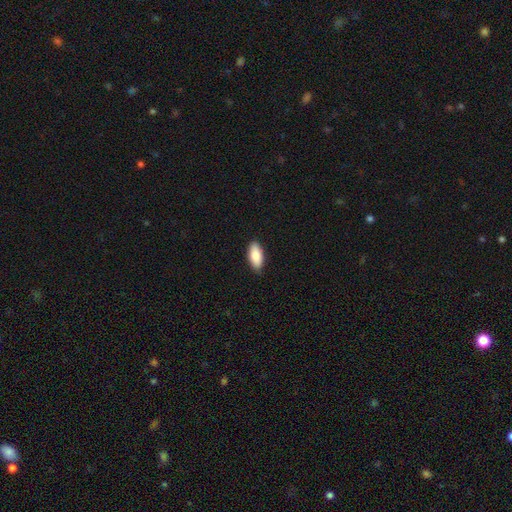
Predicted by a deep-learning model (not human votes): The model was most divided on "merging": none: 87%, minor disturbance: 10%, major disturbance: 2%, merger: 1%. More confident: how rounded — in between (88%); smooth or featured — smooth (87%).